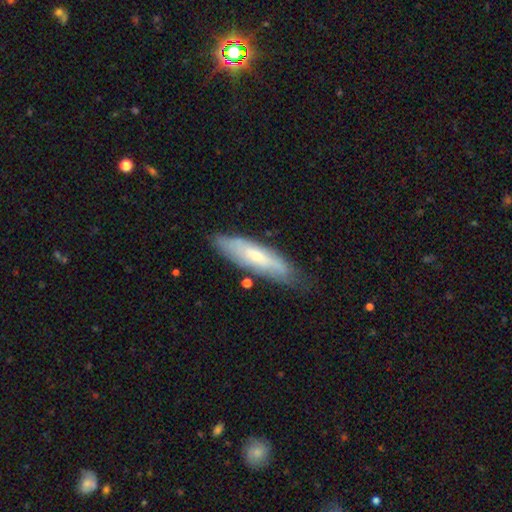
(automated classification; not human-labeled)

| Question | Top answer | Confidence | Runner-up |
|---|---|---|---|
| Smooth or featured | smooth | 48% | featured or disk (45%) |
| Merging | none | 70% | minor disturbance (22%) |